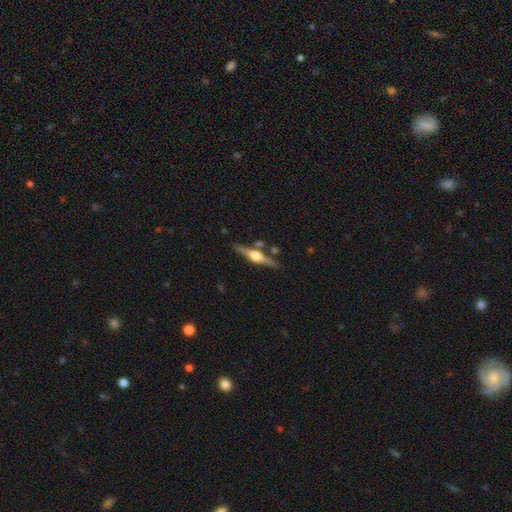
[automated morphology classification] A featured or disk galaxy (77%) viewed edge-on (98%) with a rounded central bulge (93%).

Vote fractions:
- Smooth or featured? featured or disk: 77% / smooth: 18% / star or artifact: 6%
- Edge-on disk? yes: 98% / no: 2%
- Edge-on bulge? rounded: 93% / boxy: 5% / none: 2%
- Merging? none: 82% / minor disturbance: 10% / merger: 6% / major disturbance: 2%